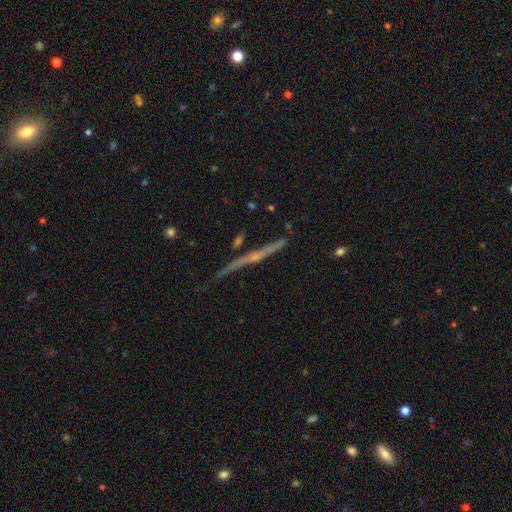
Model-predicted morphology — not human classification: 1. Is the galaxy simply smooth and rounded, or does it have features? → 79% featured or disk, 13% smooth, 8% star or artifact.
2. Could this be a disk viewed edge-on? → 97% yes, 3% no.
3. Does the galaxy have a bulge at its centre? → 66% rounded, 28% none, 7% boxy.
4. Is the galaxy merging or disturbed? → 82% none, 12% minor disturbance, 3% merger, 3% major disturbance.